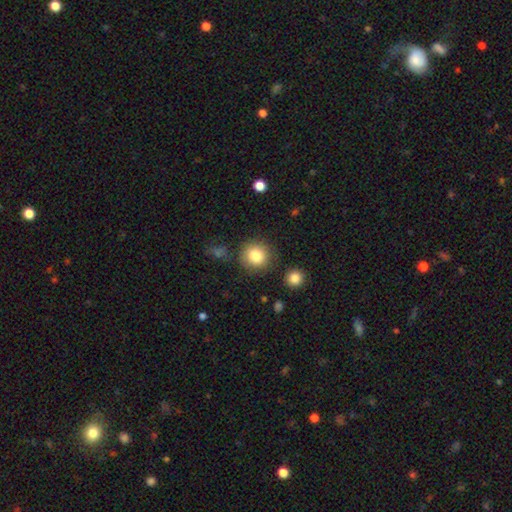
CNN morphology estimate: smooth 83%, star or artifact 9%, featured or disk 7%. Down the decision tree: how rounded — round (90%); merging — none (84%).